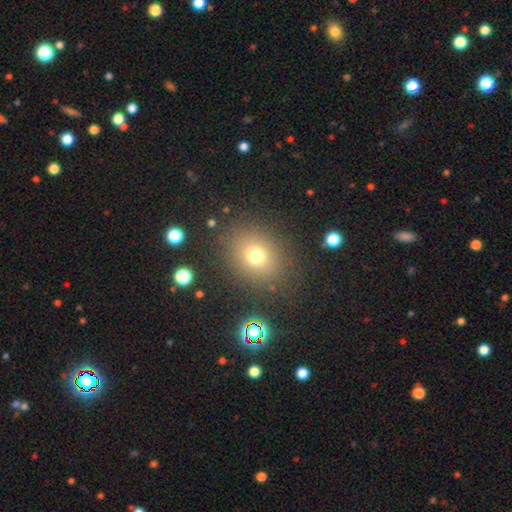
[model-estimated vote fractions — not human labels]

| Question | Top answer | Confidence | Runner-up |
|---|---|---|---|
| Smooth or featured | smooth | 71% | star or artifact (18%) |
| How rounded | round | 65% | in between (34%) |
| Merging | none | 83% | minor disturbance (10%) |